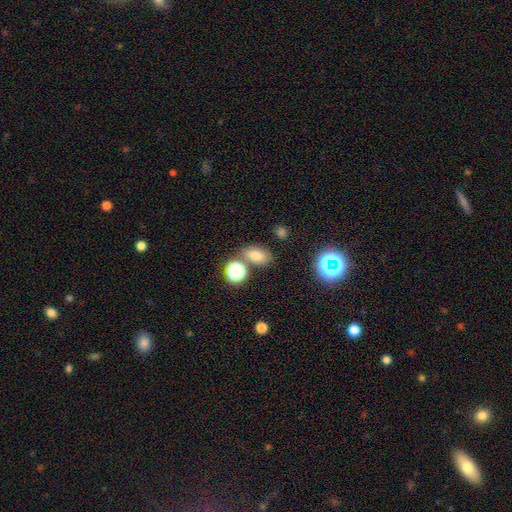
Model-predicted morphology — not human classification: A smooth galaxy with no disk features (73%) that is in between round and cigar-shaped (79%).

Vote fractions:
- Smooth or featured? smooth: 73% / star or artifact: 18% / featured or disk: 9%
- How rounded? in between: 79% / round: 18% / cigar-shaped: 2%
- Merging? none: 70% / merger: 14% / minor disturbance: 13% / major disturbance: 4%